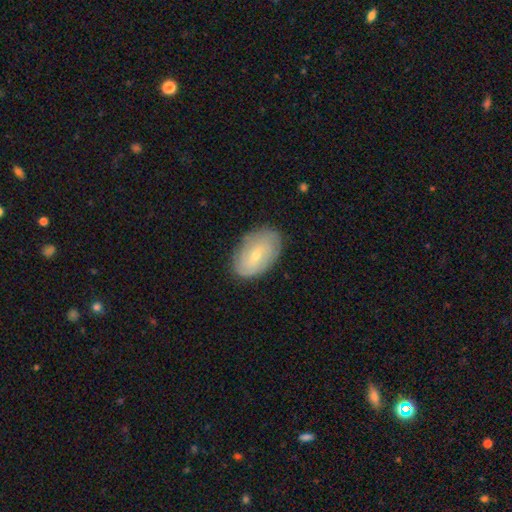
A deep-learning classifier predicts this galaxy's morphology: Overall: featured or disk (51%; smooth 42%). Edge-on disk: no (94%). Merging: none (81%).